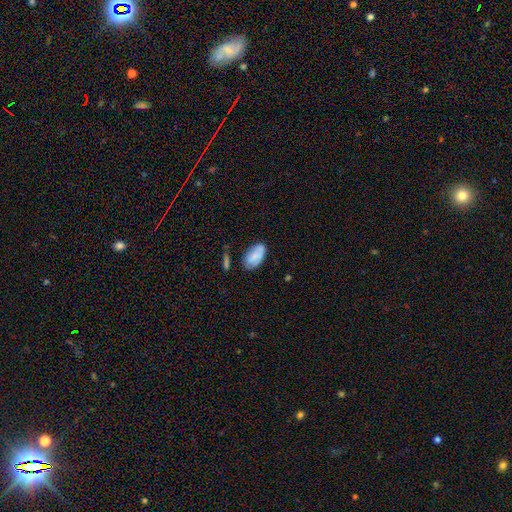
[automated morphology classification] type=smooth (78%); roundness=in between (94%); merging=none (63%).